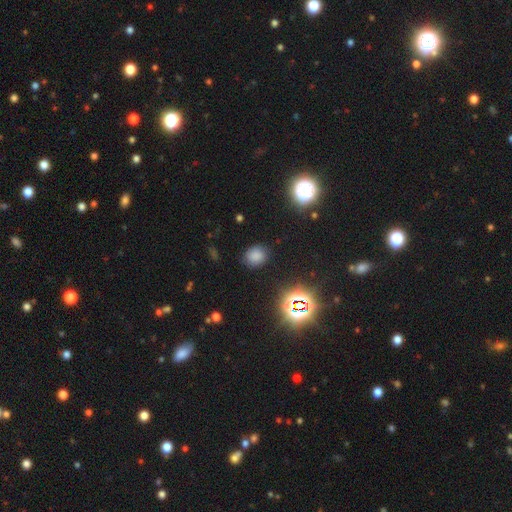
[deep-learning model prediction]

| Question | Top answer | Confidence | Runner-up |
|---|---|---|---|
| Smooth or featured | smooth | 73% | star or artifact (20%) |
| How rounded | round | 61% | in between (38%) |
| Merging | none | 83% | minor disturbance (12%) |